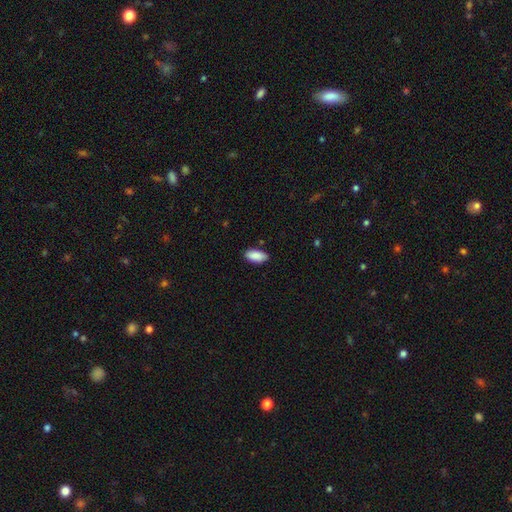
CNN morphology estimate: Smooth or featured?
  - smooth: 89% *
  - star or artifact: 6%
  - featured or disk: 5%
How rounded?
  - in between: 91% *
  - cigar-shaped: 7%
  - round: 2%
Merging?
  - none: 84% *
  - minor disturbance: 12%
  - major disturbance: 2%
  - merger: 1%